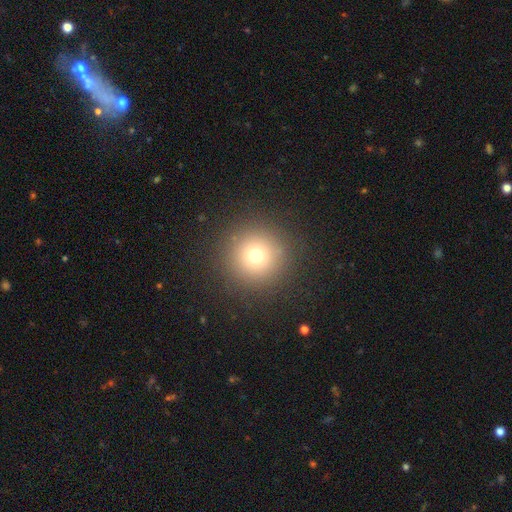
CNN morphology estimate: The model was most divided on "smooth or featured": smooth: 72%, star or artifact: 17%, featured or disk: 10%. More confident: how rounded — round (96%); merging — none (90%).